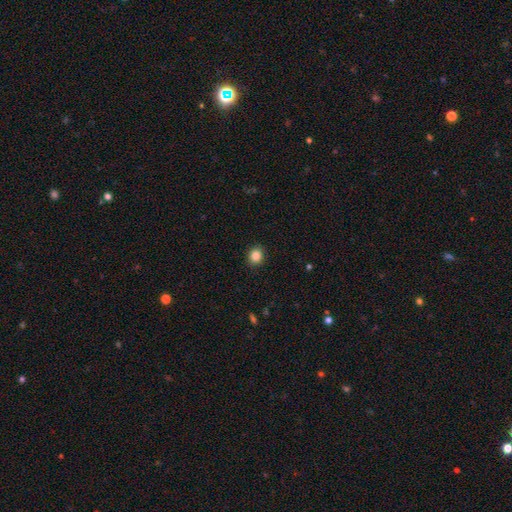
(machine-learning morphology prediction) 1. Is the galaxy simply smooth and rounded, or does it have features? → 85% smooth, 10% star or artifact, 5% featured or disk.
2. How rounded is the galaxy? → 77% round, 22% in between, 1% cigar-shaped.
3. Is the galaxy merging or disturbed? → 91% none, 6% minor disturbance, 2% major disturbance, 1% merger.